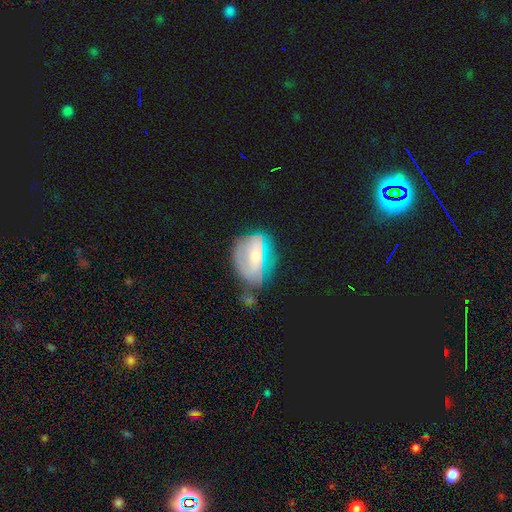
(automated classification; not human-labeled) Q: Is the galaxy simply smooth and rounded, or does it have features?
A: featured or disk — 53%.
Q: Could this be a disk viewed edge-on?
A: no — 93%.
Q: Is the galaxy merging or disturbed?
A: none — 41%.